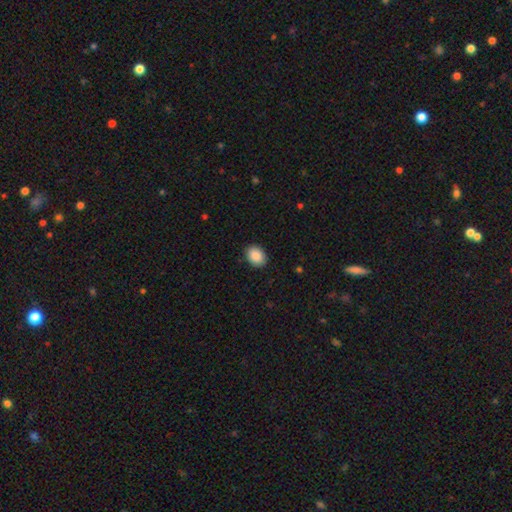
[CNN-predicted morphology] Smooth or featured?
  - smooth: 90% *
  - star or artifact: 8%
  - featured or disk: 3%
How rounded?
  - in between: 64% *
  - round: 35%
  - cigar-shaped: 1%
Merging?
  - none: 89% *
  - minor disturbance: 8%
  - major disturbance: 2%
  - merger: 1%